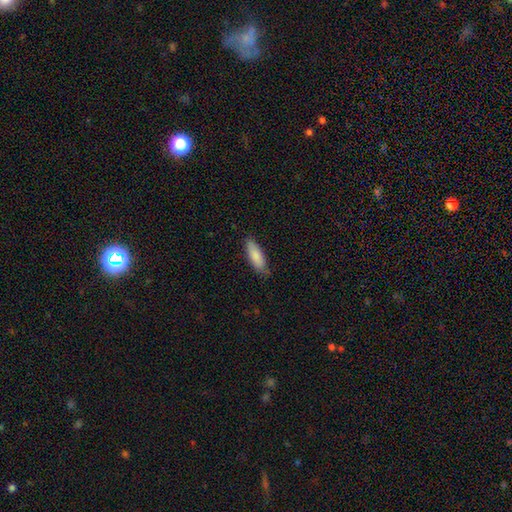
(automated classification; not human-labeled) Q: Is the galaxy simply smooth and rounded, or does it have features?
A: smooth — 85%.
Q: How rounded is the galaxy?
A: in between — 57%.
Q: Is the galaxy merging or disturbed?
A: none — 79%.